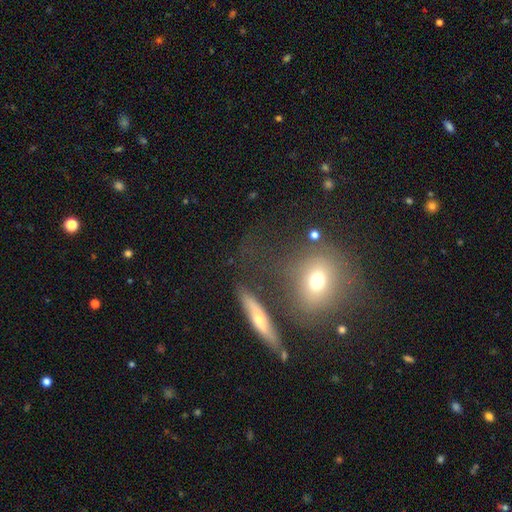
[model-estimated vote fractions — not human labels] smooth 43%, featured or disk 36%, star or artifact 21%. Down the decision tree: merging — none (60%).